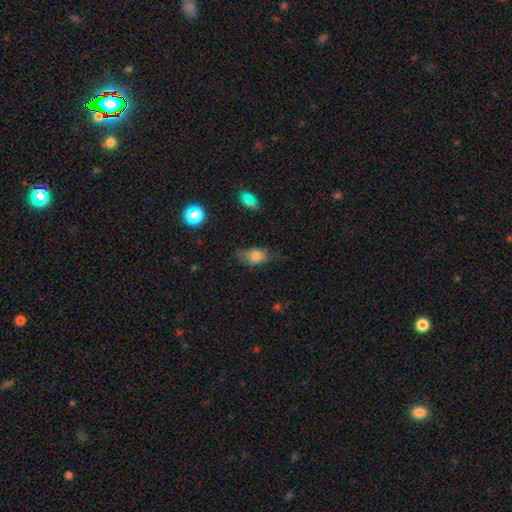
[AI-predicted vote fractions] This appears to be a smooth galaxy with no disk features (75%) that is in between round and cigar-shaped (87%). Merging: none (57%).